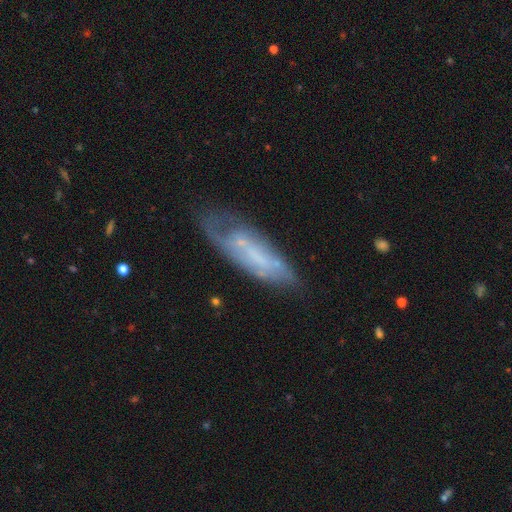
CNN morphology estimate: Overall: featured or disk (56%; smooth 36%). Edge-on disk: no (77%). Merging: none (49%; minor disturbance 29%).